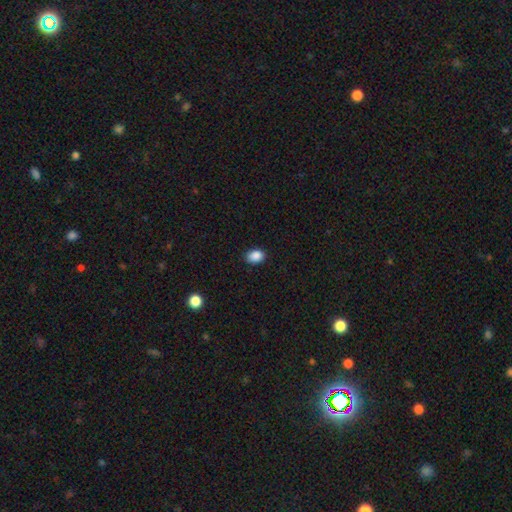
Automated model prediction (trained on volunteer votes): A smooth galaxy with no disk features (89%) that is in between round and cigar-shaped (74%).

Vote fractions:
- Smooth or featured? smooth: 89% / star or artifact: 9% / featured or disk: 3%
- How rounded? in between: 74% / round: 25% / cigar-shaped: 1%
- Merging? none: 89% / minor disturbance: 8% / major disturbance: 2% / merger: 1%